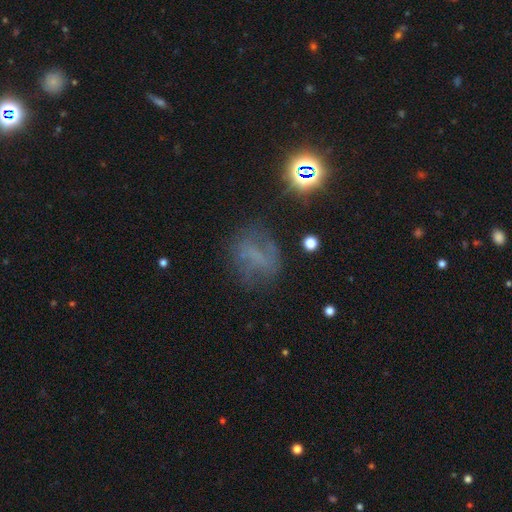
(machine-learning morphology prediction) This appears to be a featured or disk galaxy (38%). Merging: none (61%).